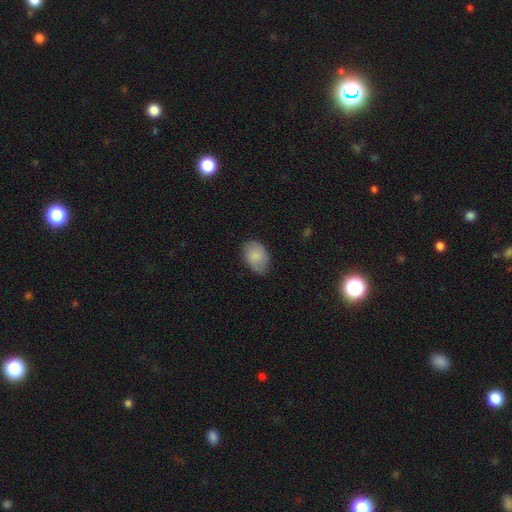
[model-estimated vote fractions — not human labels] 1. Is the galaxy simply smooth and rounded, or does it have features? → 84% smooth, 10% featured or disk, 7% star or artifact.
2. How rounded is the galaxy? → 86% in between, 12% round, 1% cigar-shaped.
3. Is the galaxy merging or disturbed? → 72% none, 23% minor disturbance, 4% major disturbance, 1% merger.